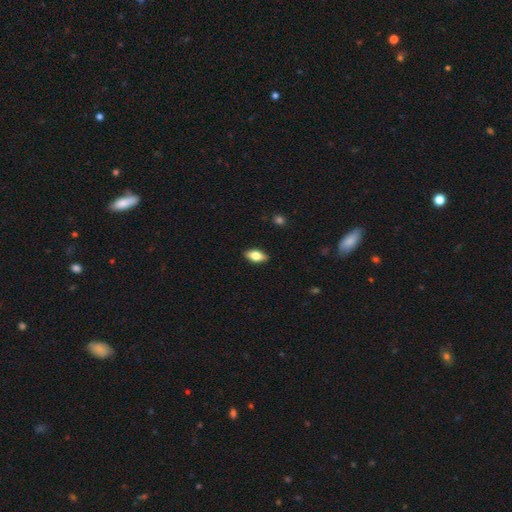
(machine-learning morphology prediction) A smooth galaxy with no disk features (67%) that is in between round and cigar-shaped (85%). Merging: none (88%).